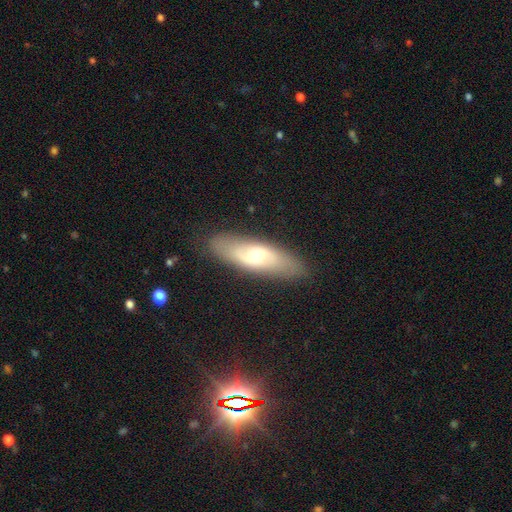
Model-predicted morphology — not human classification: A featured or disk galaxy (50%). Merging: none (85%).